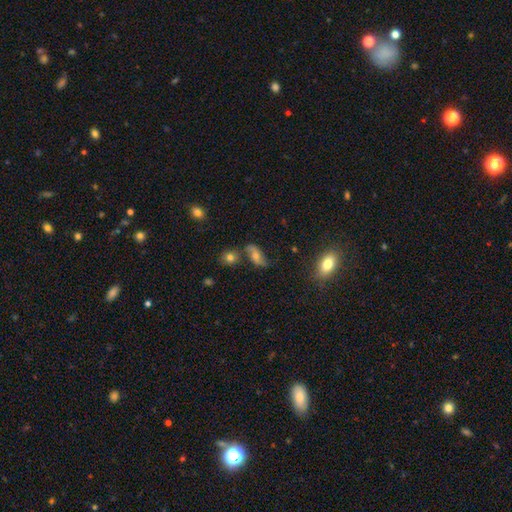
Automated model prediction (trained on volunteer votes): featured or disk 49%, smooth 37%, star or artifact 14%. Down the decision tree: merging — none (59%).